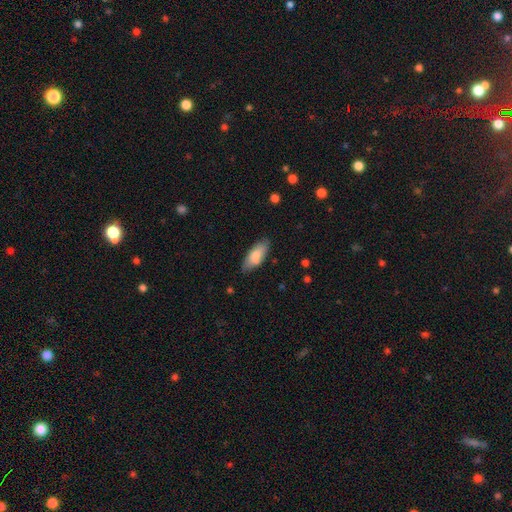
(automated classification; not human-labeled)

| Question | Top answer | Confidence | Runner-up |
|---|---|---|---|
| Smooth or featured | smooth | 78% | featured or disk (16%) |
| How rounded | in between | 78% | cigar-shaped (20%) |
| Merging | none | 78% | minor disturbance (17%) |